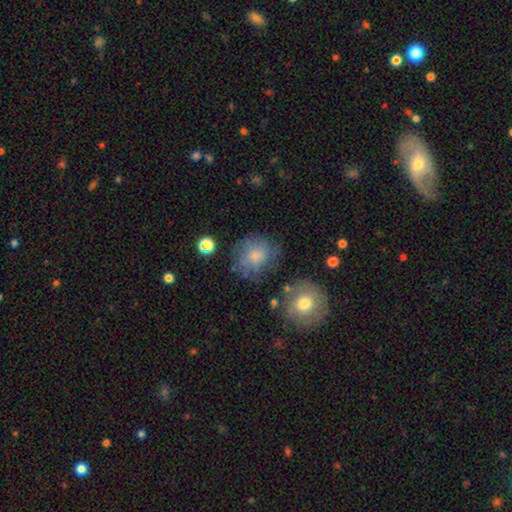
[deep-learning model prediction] A smooth galaxy with no disk features (59%) that is round (79%).

Vote fractions:
- Smooth or featured? smooth: 59% / featured or disk: 28% / star or artifact: 13%
- How rounded? round: 79% / in between: 20% / cigar-shaped: 1%
- Merging? none: 66% / minor disturbance: 20% / major disturbance: 10% / merger: 4%